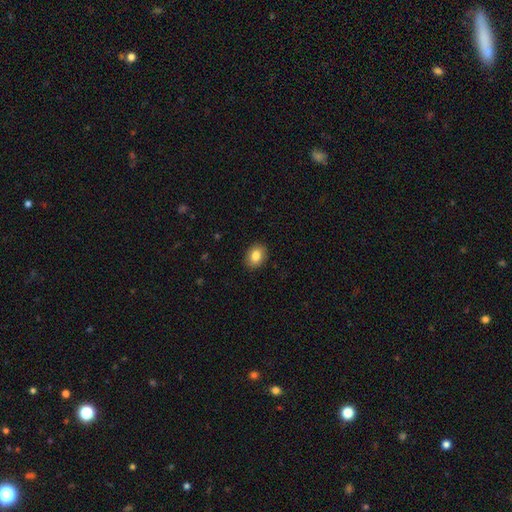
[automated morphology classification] Smooth or featured: smooth — 85% (star or artifact — 8%)
How rounded: in between — 67% (round — 32%)
Merging: none — 90% (minor disturbance — 8%)